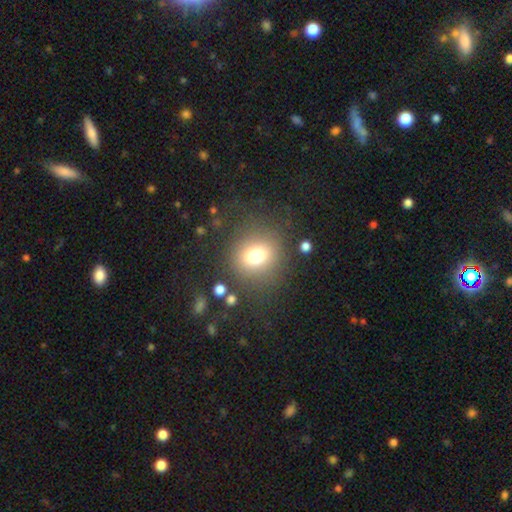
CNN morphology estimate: smooth-or-featured: smooth: 73% | star or artifact: 15% | featured or disk: 11%
  how-rounded: round: 78% | in between: 21% | cigar-shaped: 1%
  merging: none: 80% | minor disturbance: 10% | major disturbance: 7% | merger: 3%